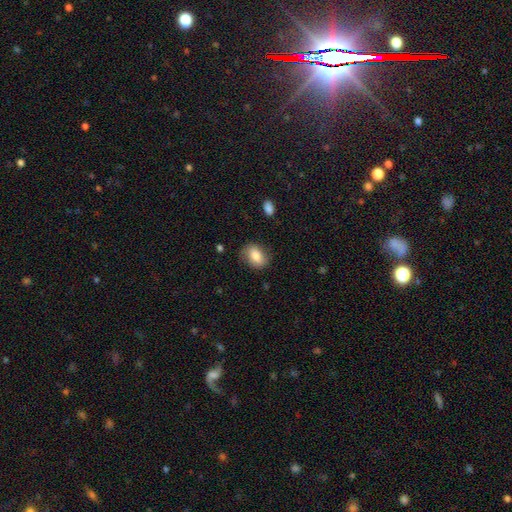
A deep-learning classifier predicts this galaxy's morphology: This appears to be a smooth galaxy with no disk features (78%) that is in between round and cigar-shaped (76%). Merging: none (78%).